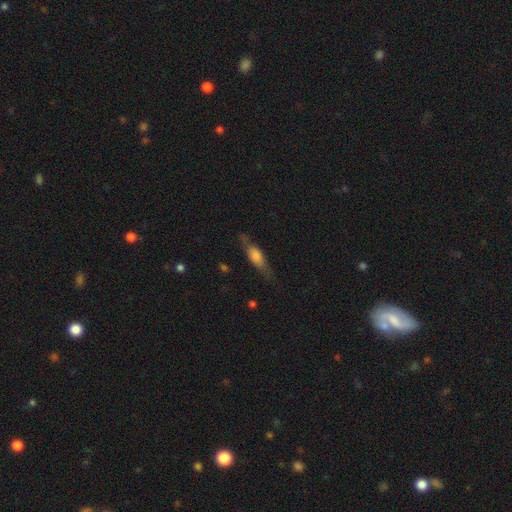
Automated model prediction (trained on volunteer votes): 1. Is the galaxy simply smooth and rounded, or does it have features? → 55% smooth, 38% featured or disk, 7% star or artifact.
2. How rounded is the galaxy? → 51% cigar-shaped, 46% in between, 3% round.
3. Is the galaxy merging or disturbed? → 68% none, 22% minor disturbance, 8% major disturbance, 2% merger.